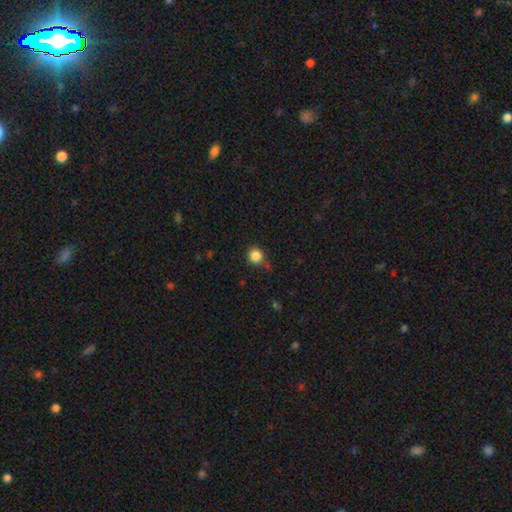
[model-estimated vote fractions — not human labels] Q: Smooth or featured?
A: smooth (86%); runner-up: star or artifact (11%)
Q: How rounded?
A: round (92%); runner-up: in between (7%)
Q: Merging?
A: none (82%); runner-up: minor disturbance (11%)